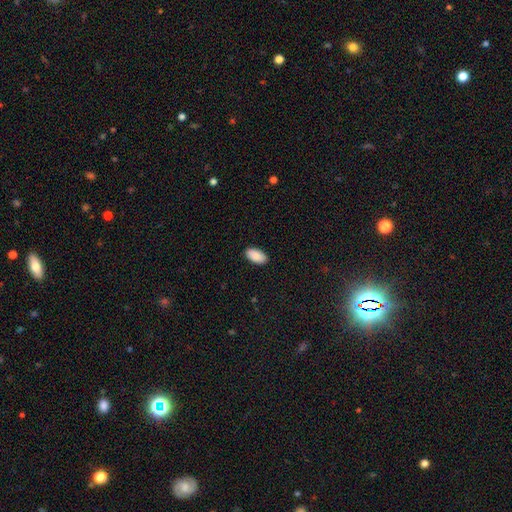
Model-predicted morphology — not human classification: Smooth or featured: smooth — 88% (star or artifact — 6%)
How rounded: in between — 95% (round — 3%)
Merging: none — 89% (minor disturbance — 9%)